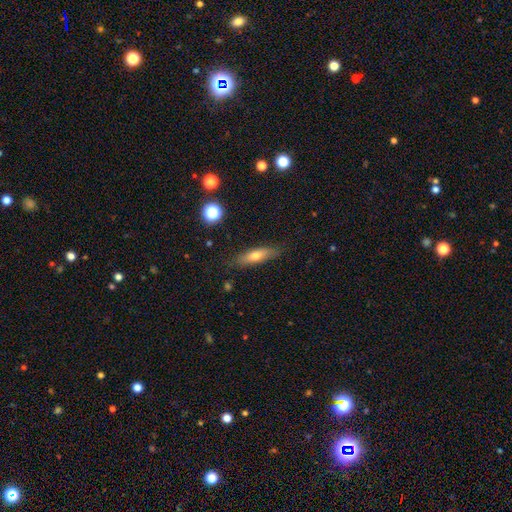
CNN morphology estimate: Q: Smooth or featured?
A: smooth (62%); runner-up: featured or disk (30%)
Q: How rounded?
A: cigar-shaped (56%); runner-up: in between (41%)
Q: Merging?
A: none (81%); runner-up: minor disturbance (14%)